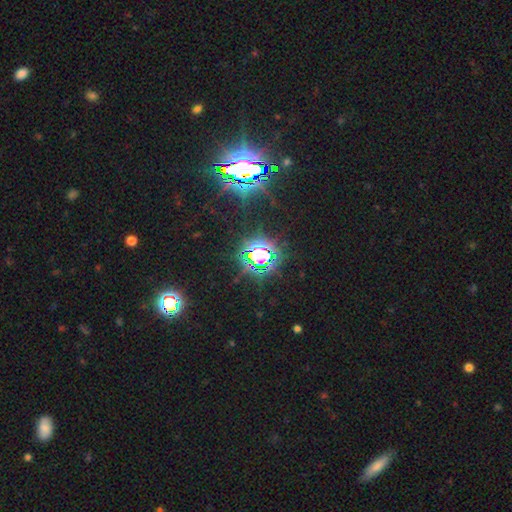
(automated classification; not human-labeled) Smooth or featured? Predicted: star or artifact (p=0.79).